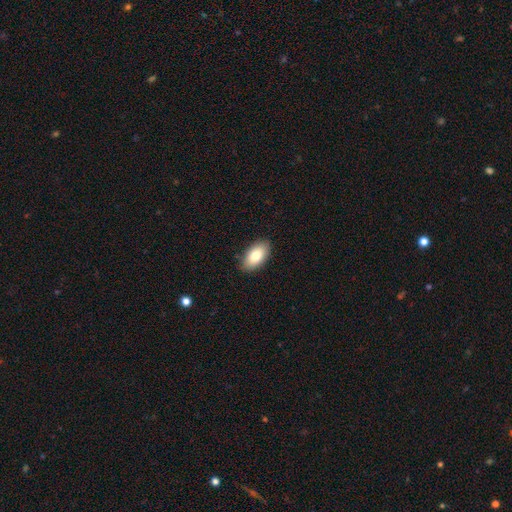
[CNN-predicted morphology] Smooth or featured? Predicted: smooth (p=0.80). How rounded? Predicted: in between (p=0.94). Merging? Predicted: none (p=0.88).